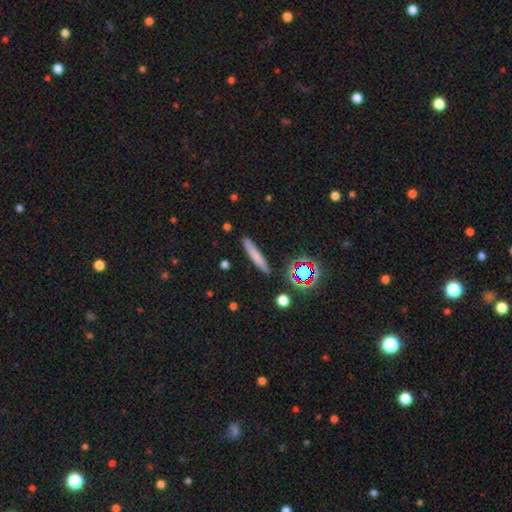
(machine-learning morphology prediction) smooth_or_featured: smooth (p=0.68) [alt: featured or disk p=0.19]
how_rounded: cigar-shaped (p=0.92) [alt: in between p=0.05]
merging: none (p=0.87) [alt: minor disturbance p=0.08]